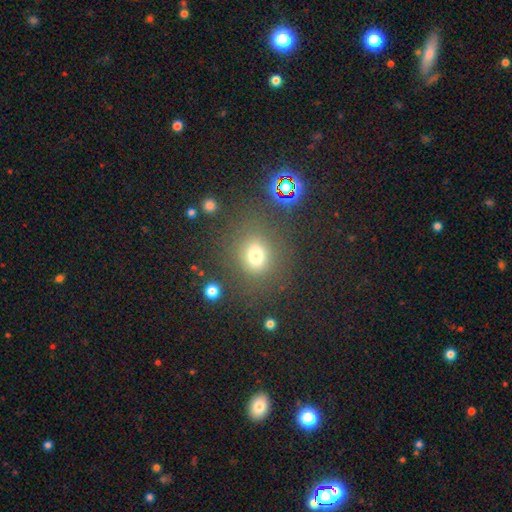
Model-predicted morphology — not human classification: Overall: smooth (72%). How rounded: round (68%; in between 31%). Merging: none (77%).